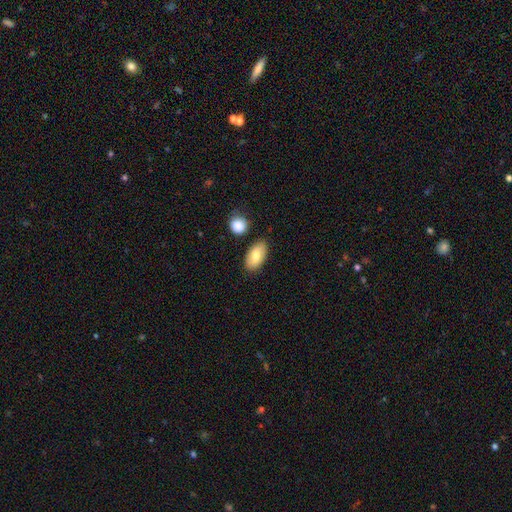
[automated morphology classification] smooth-or-featured: smooth: 79% | featured or disk: 15% | star or artifact: 6%
  how-rounded: in between: 93% | round: 4% | cigar-shaped: 3%
  merging: none: 82% | minor disturbance: 11% | merger: 5% | major disturbance: 2%